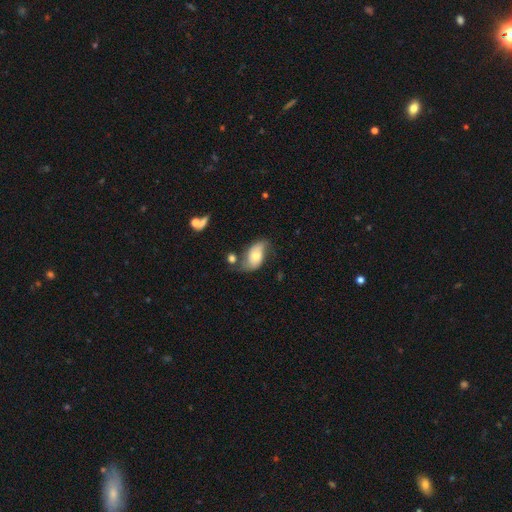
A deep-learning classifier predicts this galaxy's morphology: The model was most divided on "smooth or featured": smooth: 49%, featured or disk: 44%, star or artifact: 7%. Remaining: merging — none (46%).